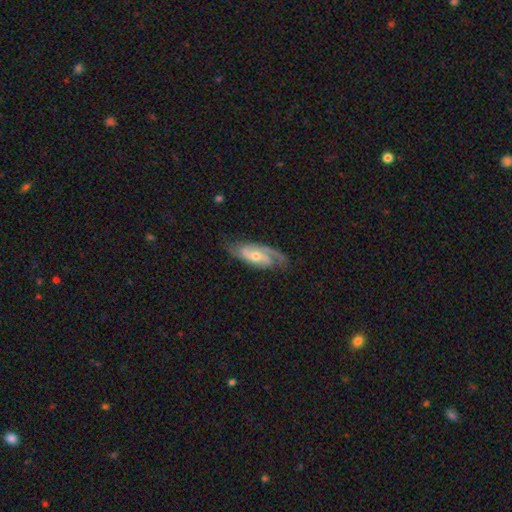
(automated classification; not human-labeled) Smooth or featured?
  - featured or disk: 82% *
  - smooth: 13%
  - star or artifact: 5%
Edge-on disk?
  - no: 92% *
  - yes: 8%
Bar?
  - no: 52% *
  - weak: 36%
  - strong: 12%
Spiral arms?
  - yes: 95% *
  - no: 5%
Spiral winding?
  - medium: 46% *
  - tight: 34%
  - loose: 20%
Spiral arm count?
  - 2: 68% *
  - 1: 11%
  - can't tell: 10%
  - 3: 8%
  - 4: 2%
  - more than 4: 2%
Bulge size?
  - moderate: 54% *
  - small: 41%
  - large: 3%
  - none: 1%
  - dominant: 1%
Merging?
  - none: 70% *
  - minor disturbance: 20%
  - major disturbance: 8%
  - merger: 2%